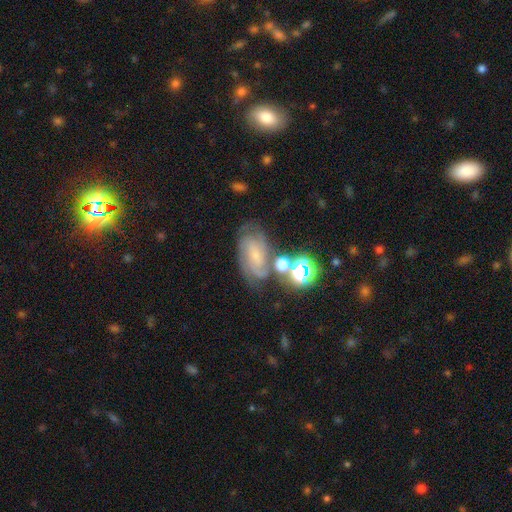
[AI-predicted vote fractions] A featured or disk galaxy (65%) with no bar (54%), 2 (35%) tight (51%) spiral arms (91%) and a small central bulge (66%). Merging: none (56%).